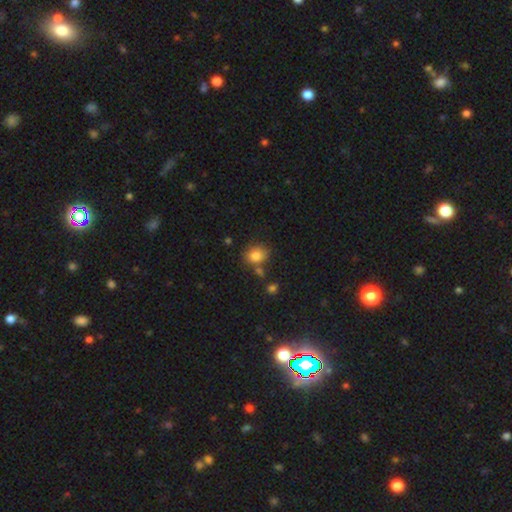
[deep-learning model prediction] Smooth or featured? Predicted: smooth (p=0.84). How rounded? Predicted: round (p=0.57). Merging? Predicted: none (p=0.70).